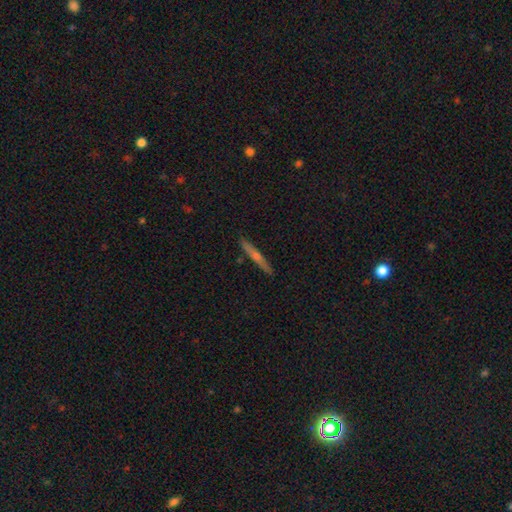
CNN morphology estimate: Smooth or featured: featured or disk — 53% (smooth — 40%)
Edge-on disk: yes — 96% (no — 4%)
Edge-on bulge: rounded — 63% (none — 31%)
Merging: none — 89% (minor disturbance — 8%)